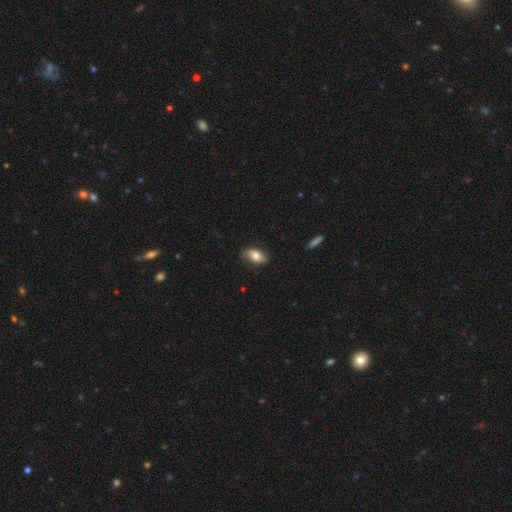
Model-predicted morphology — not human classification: A smooth galaxy with no disk features (69%) that is in between round and cigar-shaped (90%). Merging: none (74%).